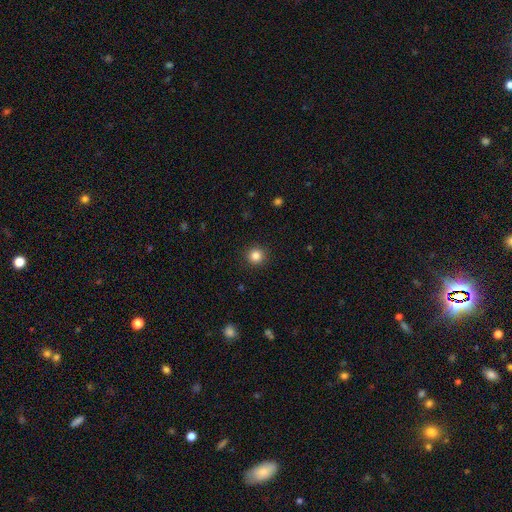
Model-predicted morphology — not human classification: A smooth galaxy with no disk features (84%) that is round (95%).

Vote fractions:
- Smooth or featured? smooth: 84% / star or artifact: 12% / featured or disk: 4%
- How rounded? round: 95% / in between: 4% / cigar-shaped: 1%
- Merging? none: 92% / minor disturbance: 5% / major disturbance: 2% / merger: 1%